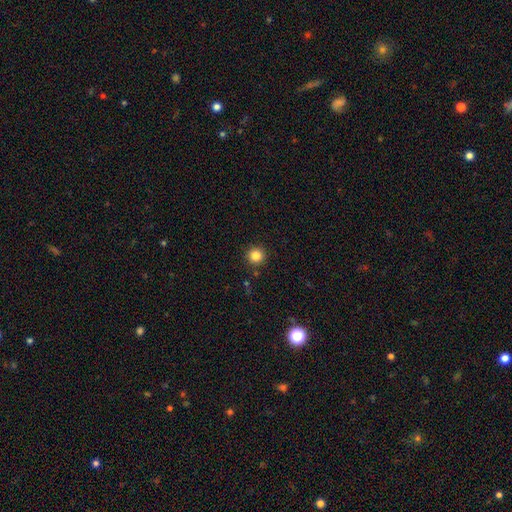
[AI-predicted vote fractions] This appears to be a smooth galaxy with no disk features (84%) that is round (95%). Merging: none (91%).